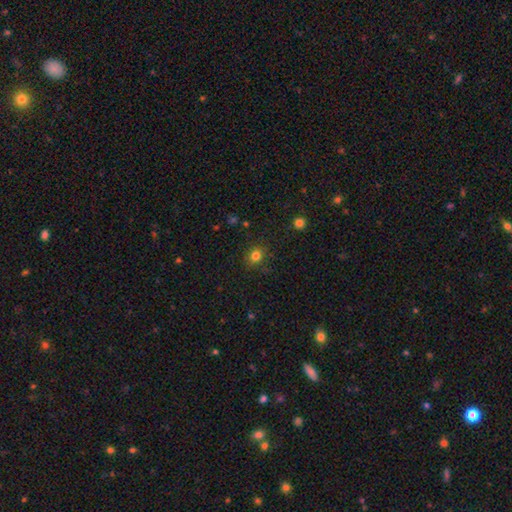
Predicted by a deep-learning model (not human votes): Smooth or featured: smooth — 79% (star or artifact — 15%)
How rounded: round — 80% (in between — 19%)
Merging: none — 85% (minor disturbance — 10%)